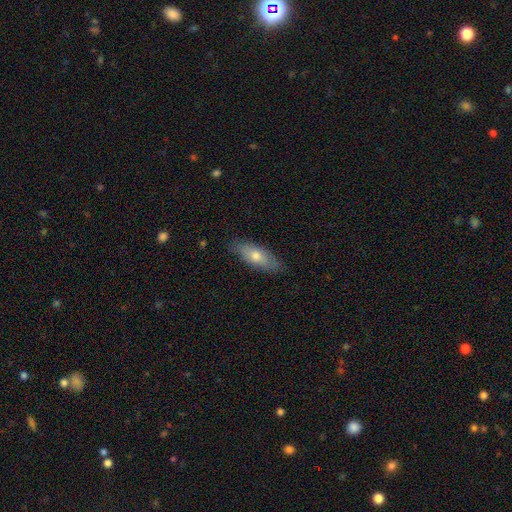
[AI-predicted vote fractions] This appears to be a smooth galaxy with no disk features (67%) that is in between round and cigar-shaped (65%). Merging: none (85%).